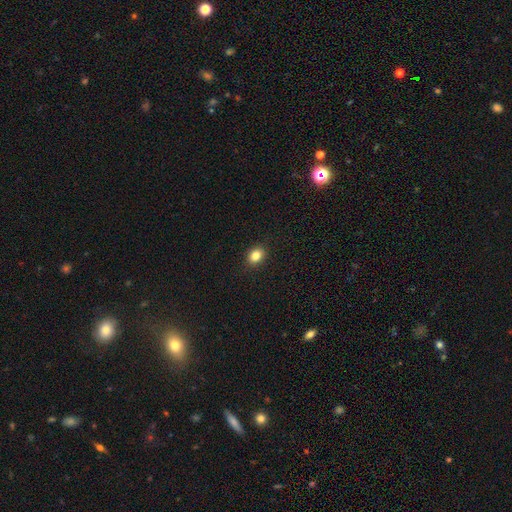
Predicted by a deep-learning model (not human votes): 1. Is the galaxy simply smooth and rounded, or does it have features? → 84% smooth, 11% star or artifact, 6% featured or disk.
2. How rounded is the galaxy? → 56% in between, 43% round, 1% cigar-shaped.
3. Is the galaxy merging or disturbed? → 90% none, 7% minor disturbance, 2% major disturbance, 1% merger.